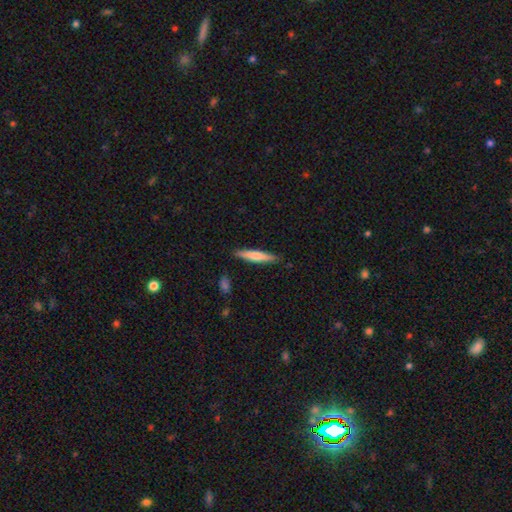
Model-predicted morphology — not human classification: Smooth or featured: smooth — 65% (featured or disk — 30%)
How rounded: cigar-shaped — 90% (in between — 9%)
Merging: none — 87% (minor disturbance — 10%)